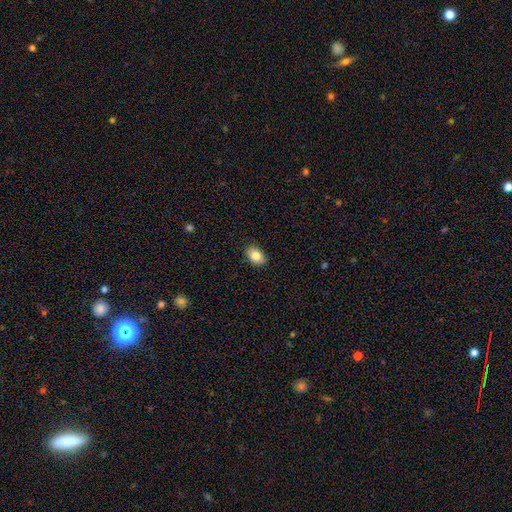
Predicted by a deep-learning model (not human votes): This is clearly a smooth galaxy (84%). How rounded: clearly in between (87%). Merging: clearly none (87%).